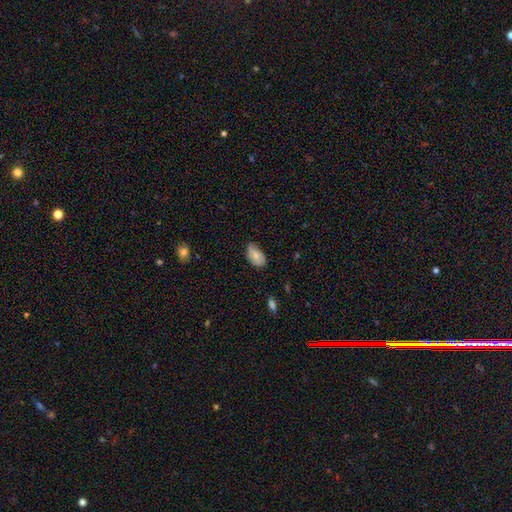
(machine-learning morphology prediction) Smooth or featured? smooth (76%)
How rounded? in between (93%)
Merging? none (59%)